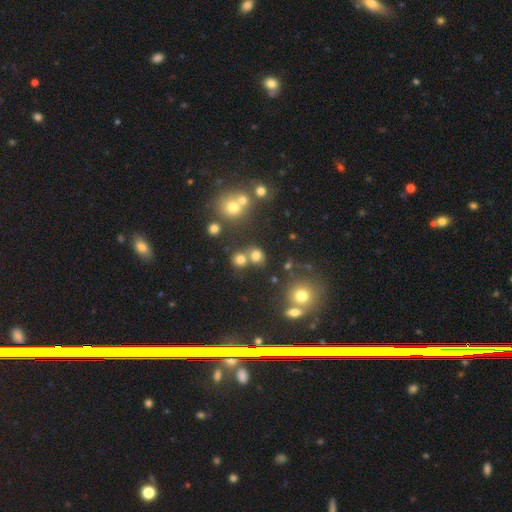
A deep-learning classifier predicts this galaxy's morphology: smooth 71%, star or artifact 20%, featured or disk 9%. Down the decision tree: how rounded — round (79%); merging — none (58%).